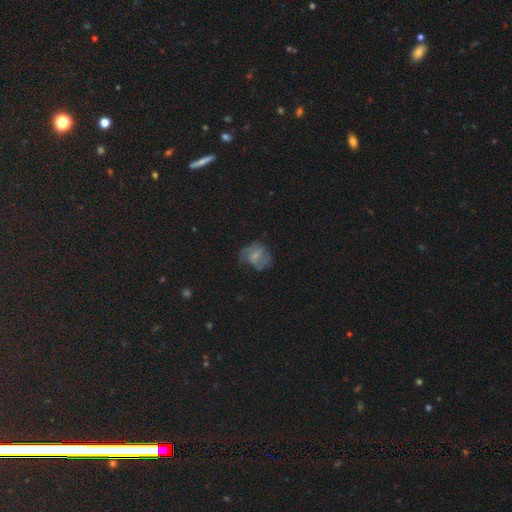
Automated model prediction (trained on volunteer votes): Smooth or featured?
  - featured or disk: 55% *
  - smooth: 36%
  - star or artifact: 10%
Edge-on disk?
  - no: 98% *
  - yes: 2%
Bar?
  - no: 59% *
  - weak: 35%
  - strong: 7%
Spiral arms?
  - yes: 73% *
  - no: 27%
Bulge size?
  - small: 59% *
  - moderate: 26%
  - none: 12%
  - large: 2%
  - dominant: 1%
Merging?
  - none: 50% *
  - minor disturbance: 26%
  - major disturbance: 21%
  - merger: 2%